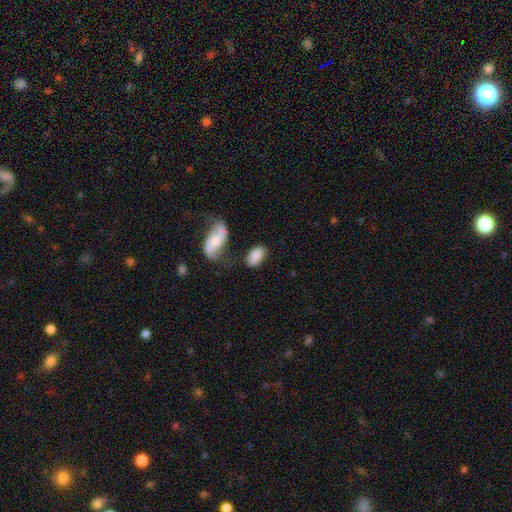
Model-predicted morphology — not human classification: Q: Smooth or featured?
A: smooth (80%); runner-up: featured or disk (13%)
Q: How rounded?
A: in between (94%); runner-up: round (4%)
Q: Merging?
A: none (63%); runner-up: minor disturbance (18%)